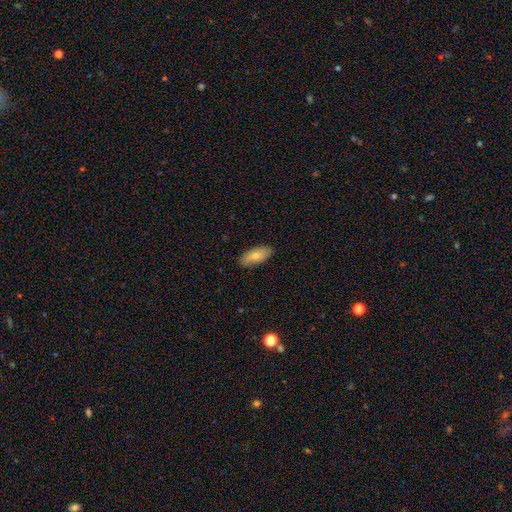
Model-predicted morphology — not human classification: Smooth or featured: smooth — 75% (featured or disk — 18%)
How rounded: in between — 89% (cigar-shaped — 8%)
Merging: none — 87% (minor disturbance — 10%)